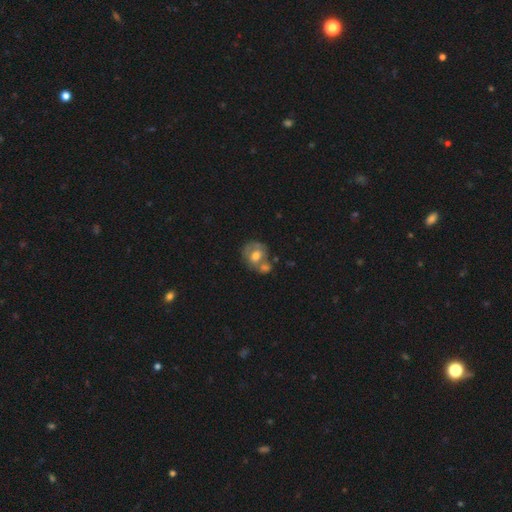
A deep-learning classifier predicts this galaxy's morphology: Smooth or featured?
  - smooth: 53% *
  - featured or disk: 39%
  - star or artifact: 8%
How rounded?
  - round: 67% *
  - in between: 32%
  - cigar-shaped: 1%
Merging?
  - merger: 42% *
  - none: 35%
  - minor disturbance: 15%
  - major disturbance: 7%